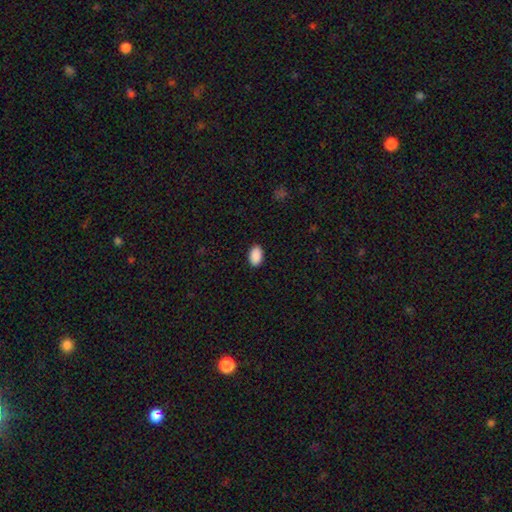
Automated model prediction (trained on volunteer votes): This is clearly a smooth galaxy (91%). How rounded: clearly in between (91%). Merging: clearly none (89%).